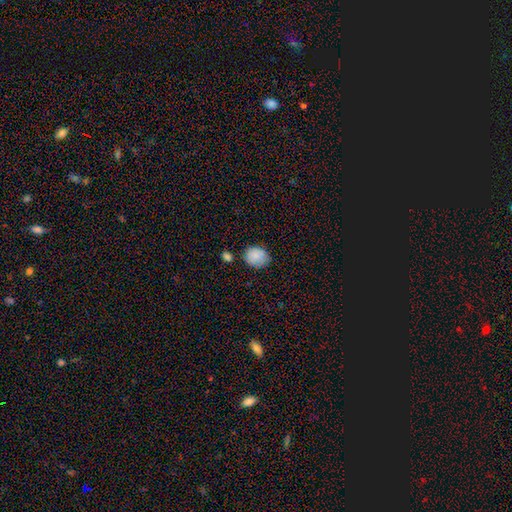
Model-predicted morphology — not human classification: Overall: smooth (87%). How rounded: round (57%; in between 42%). Merging: none (71%).